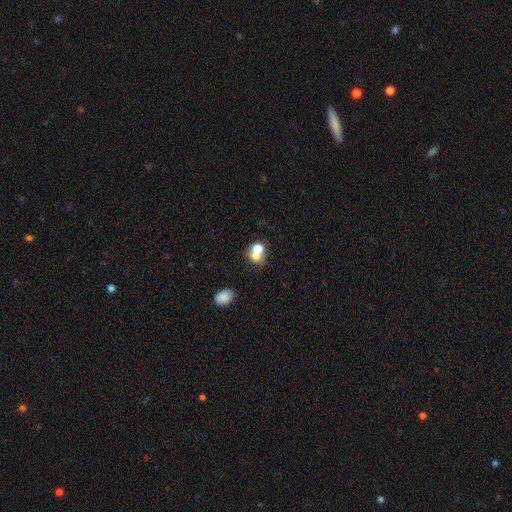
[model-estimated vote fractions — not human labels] This appears to be a smooth galaxy with no disk features (69%) that is round (65%). Merging: merger (55%).